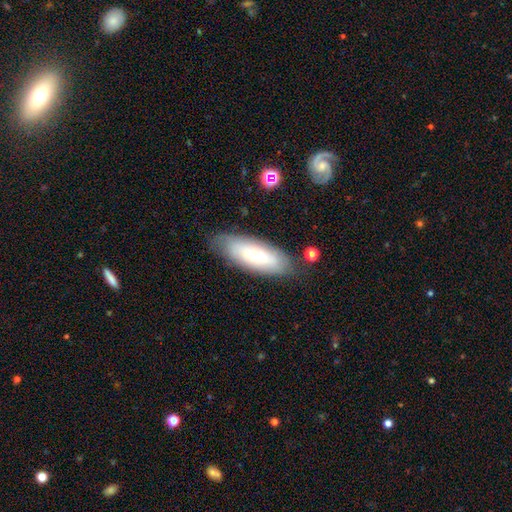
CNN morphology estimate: Overall: smooth (64%; featured or disk 29%). How rounded: in between (72%). Merging: none (75%).